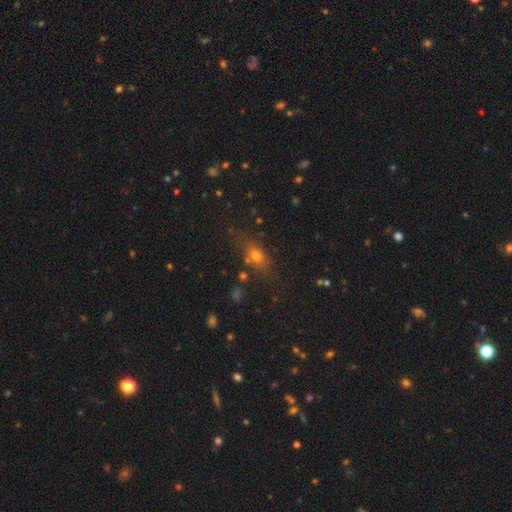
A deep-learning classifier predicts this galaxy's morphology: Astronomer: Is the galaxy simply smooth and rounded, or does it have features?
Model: smooth — 66%.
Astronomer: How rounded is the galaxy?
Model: in between — 60%.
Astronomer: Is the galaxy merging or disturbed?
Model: none — 70%.